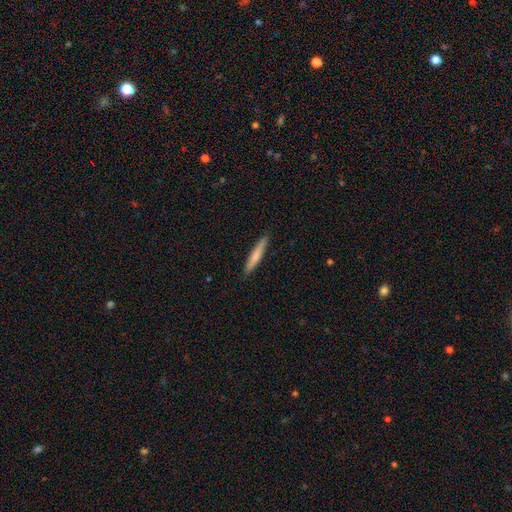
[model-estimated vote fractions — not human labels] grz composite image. It shows a smooth galaxy with no disk features (72%) that is cigar-shaped (94%). Merging: none (90%).